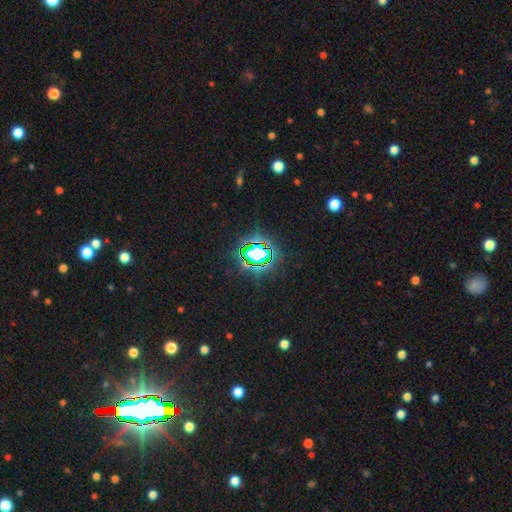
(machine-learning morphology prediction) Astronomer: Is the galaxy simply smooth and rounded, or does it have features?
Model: star or artifact — 72%.